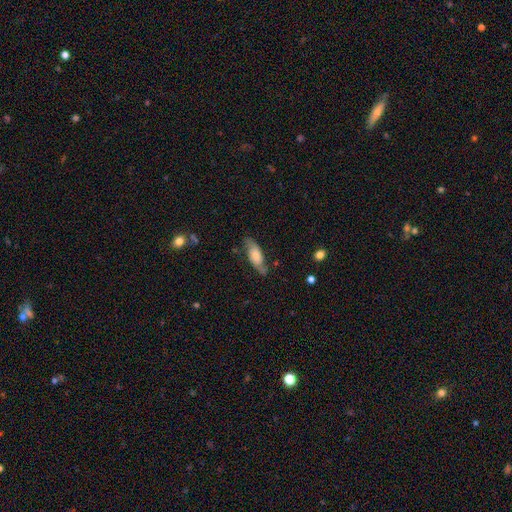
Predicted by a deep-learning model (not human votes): Morphology: type=smooth (47%, tied with featured or disk); merging=none (69%).